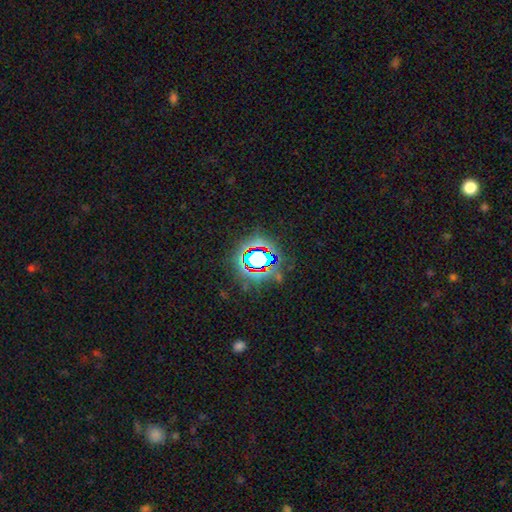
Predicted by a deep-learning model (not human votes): Q: Smooth or featured?
A: star or artifact (71%); runner-up: smooth (17%)